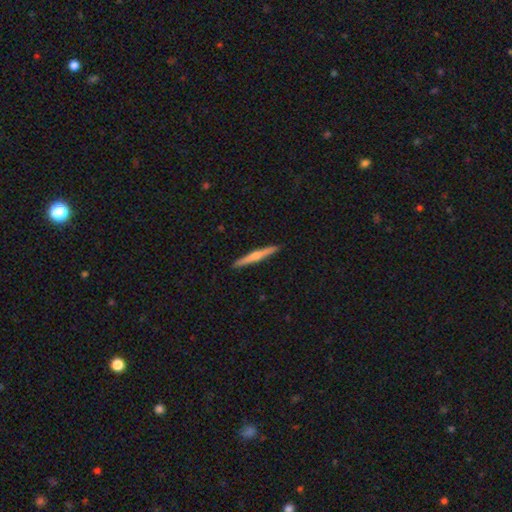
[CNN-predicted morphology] featured or disk 65%, smooth 30%, star or artifact 5%. Down the decision tree: edge-on disk — yes (98%); edge-on bulge — rounded (84%); merging — none (92%).